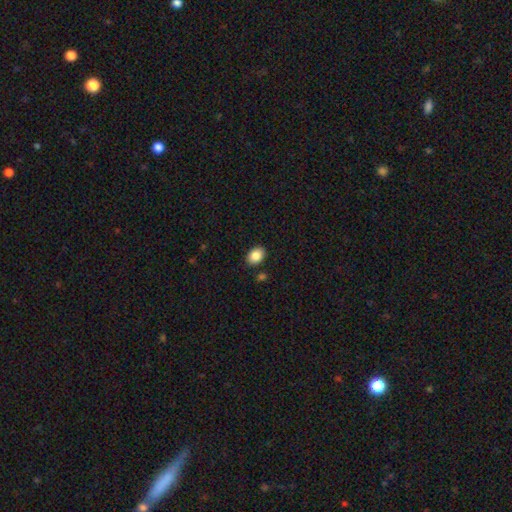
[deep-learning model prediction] Q: Smooth or featured?
A: smooth (87%); runner-up: star or artifact (8%)
Q: How rounded?
A: in between (73%); runner-up: round (26%)
Q: Merging?
A: none (87%); runner-up: minor disturbance (8%)